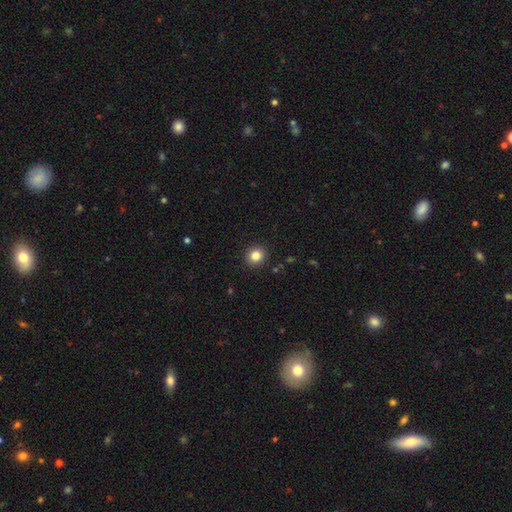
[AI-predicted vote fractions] smooth_or_featured: smooth (p=0.83) [alt: star or artifact p=0.12]
how_rounded: round (p=0.88) [alt: in between p=0.11]
merging: none (p=0.92) [alt: minor disturbance p=0.05]